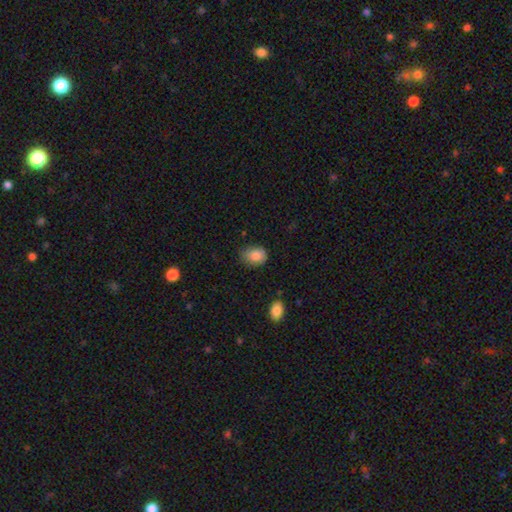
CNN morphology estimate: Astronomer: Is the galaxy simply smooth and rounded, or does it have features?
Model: smooth — 85%.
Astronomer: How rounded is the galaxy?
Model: in between — 63%.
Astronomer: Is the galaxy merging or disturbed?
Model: none — 69%.